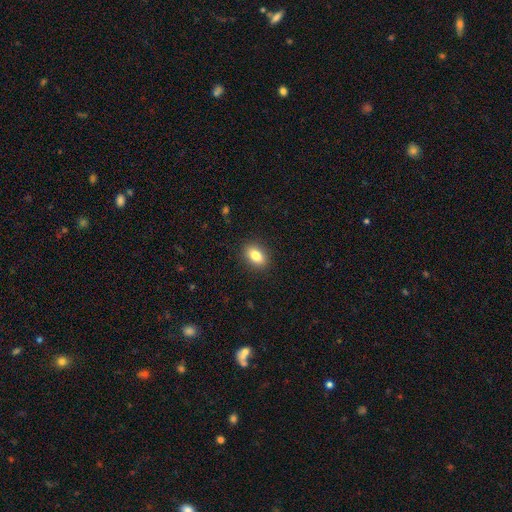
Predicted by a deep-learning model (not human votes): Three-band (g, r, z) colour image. It shows a smooth galaxy with no disk features (82%) that is in between round and cigar-shaped (85%). Merging: none (89%).